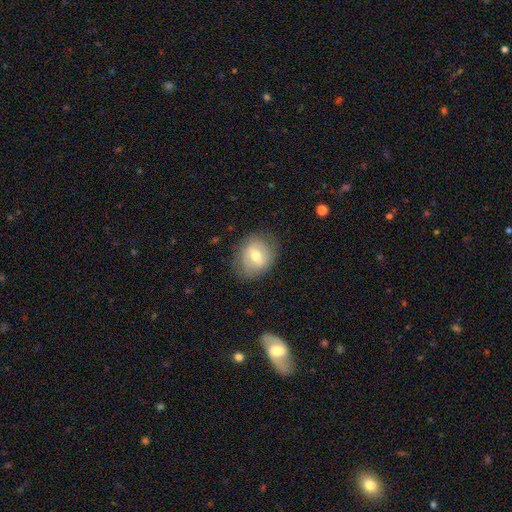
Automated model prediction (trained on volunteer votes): Smooth or featured?
  - smooth: 52% *
  - featured or disk: 40%
  - star or artifact: 8%
How rounded?
  - round: 61% *
  - in between: 38%
  - cigar-shaped: 1%
Merging?
  - none: 76% *
  - minor disturbance: 17%
  - major disturbance: 6%
  - merger: 1%